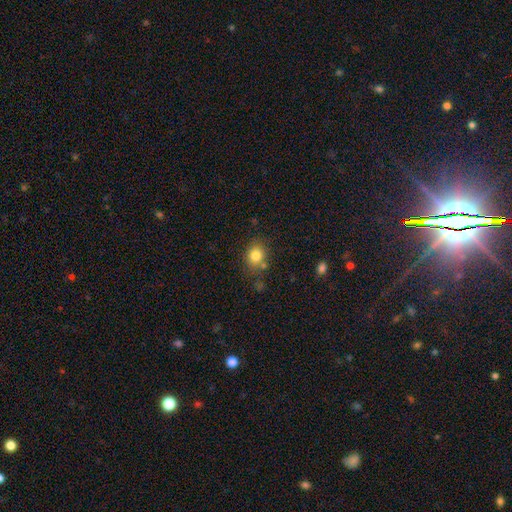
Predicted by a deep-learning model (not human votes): A smooth galaxy with no disk features (82%) that is round (69%). Merging: none (71%).